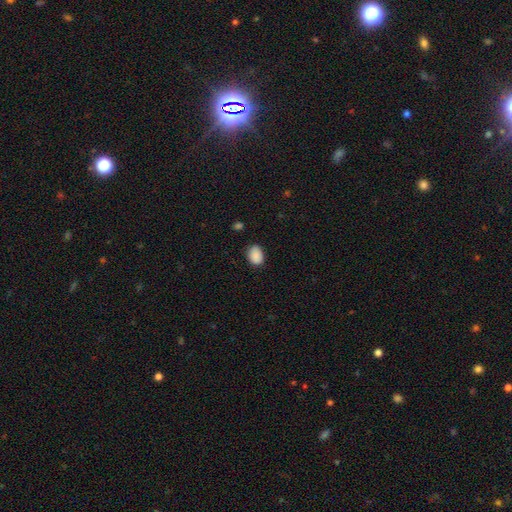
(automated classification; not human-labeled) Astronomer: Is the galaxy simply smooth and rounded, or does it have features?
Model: smooth — 89%.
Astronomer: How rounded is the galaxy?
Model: in between — 70%.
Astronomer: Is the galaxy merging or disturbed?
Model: none — 79%.